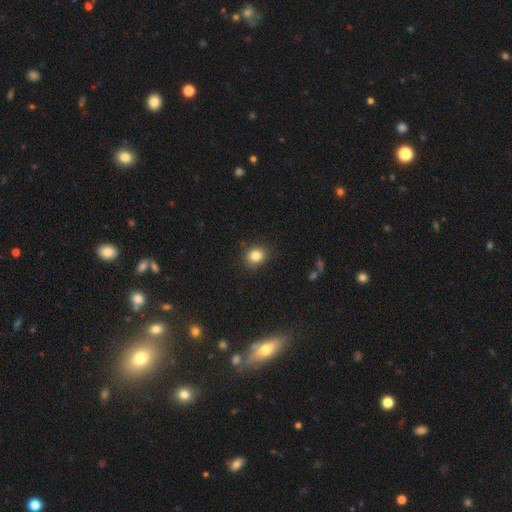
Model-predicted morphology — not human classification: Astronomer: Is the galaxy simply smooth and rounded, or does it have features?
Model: smooth — 84%.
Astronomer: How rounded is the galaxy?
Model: round — 72%.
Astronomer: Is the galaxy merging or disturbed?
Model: none — 85%.